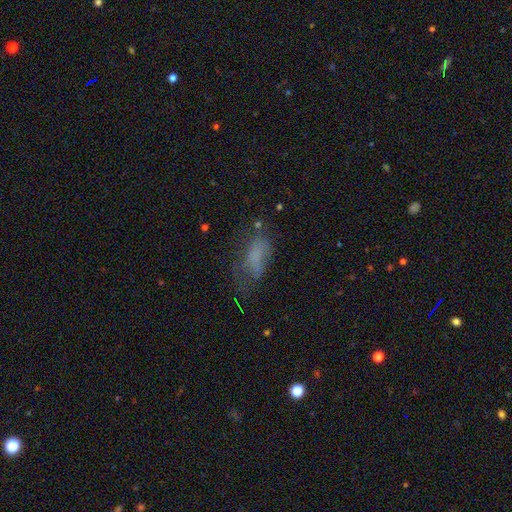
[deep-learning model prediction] smooth 60%, featured or disk 24%, star or artifact 16%. Down the decision tree: how rounded — in between (80%); merging — none (39%).